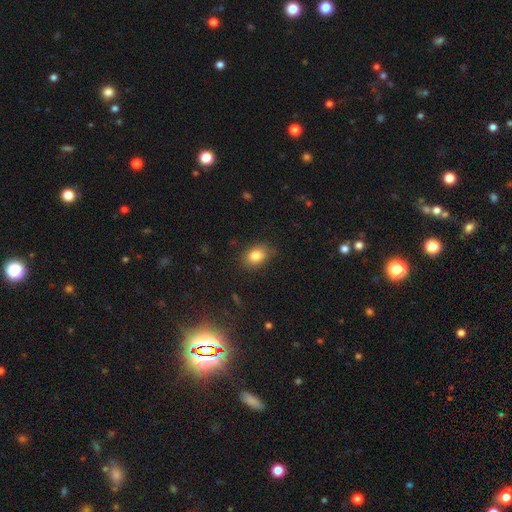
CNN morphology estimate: Smooth or featured: smooth — 82% (star or artifact — 9%)
How rounded: in between — 74% (round — 24%)
Merging: none — 75% (minor disturbance — 19%)